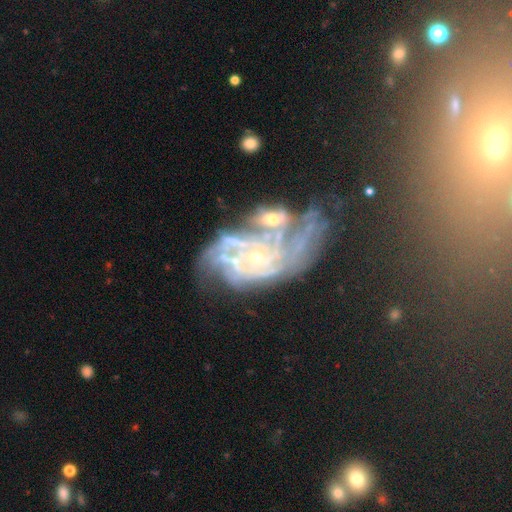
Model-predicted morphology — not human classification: featured or disk 82%, star or artifact 11%, smooth 7%. Down the decision tree: edge-on disk — no (97%); bar — no (74%); spiral arms — yes (91%); spiral arm count — can't tell (32%); spiral winding — tight (58%); bulge size — small (80%); merging — none (30%).